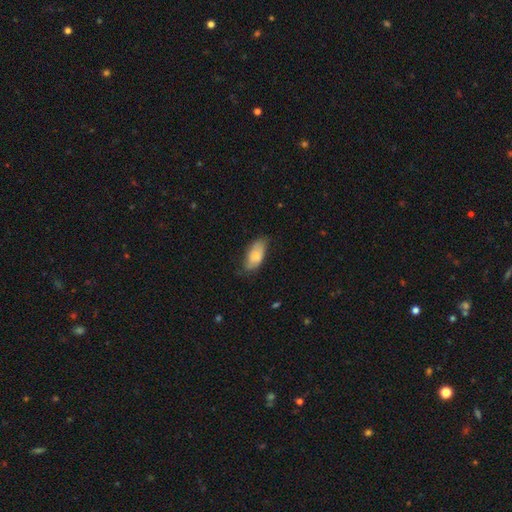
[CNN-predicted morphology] Smooth or featured? Predicted: smooth (p=0.74). How rounded? Predicted: in between (p=0.91). Merging? Predicted: none (p=0.63).